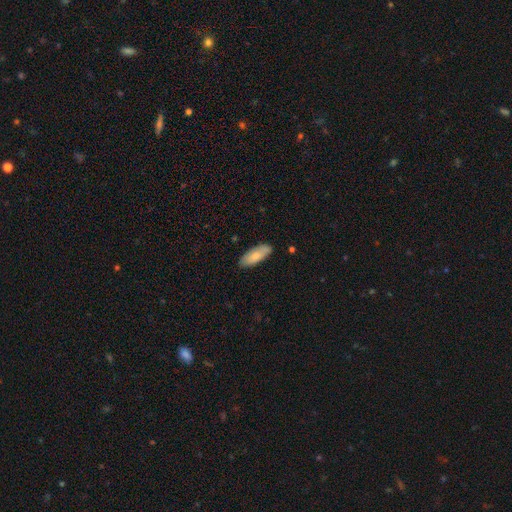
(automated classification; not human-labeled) Smooth or featured: smooth — 73% (featured or disk — 22%)
How rounded: in between — 77% (cigar-shaped — 21%)
Merging: none — 84% (minor disturbance — 13%)